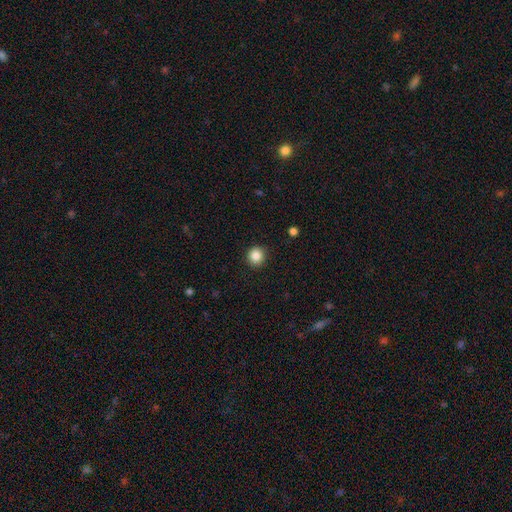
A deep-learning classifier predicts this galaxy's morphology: Smooth or featured?
  - smooth: 86% *
  - star or artifact: 10%
  - featured or disk: 4%
How rounded?
  - round: 92% *
  - in between: 7%
  - cigar-shaped: 1%
Merging?
  - none: 91% *
  - minor disturbance: 6%
  - major disturbance: 2%
  - merger: 1%